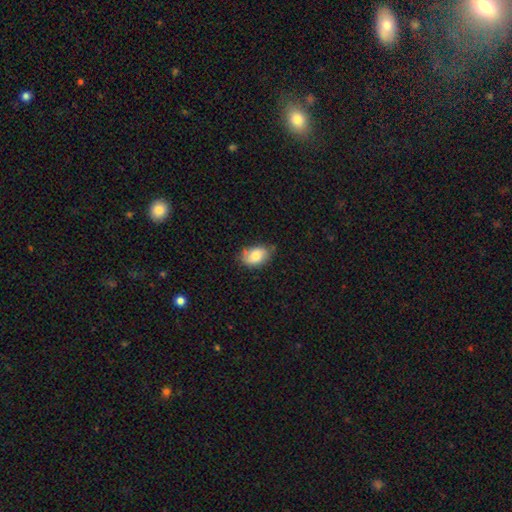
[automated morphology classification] Q: Smooth or featured?
A: smooth (74%); runner-up: featured or disk (18%)
Q: How rounded?
A: in between (86%); runner-up: round (13%)
Q: Merging?
A: none (66%); runner-up: minor disturbance (27%)